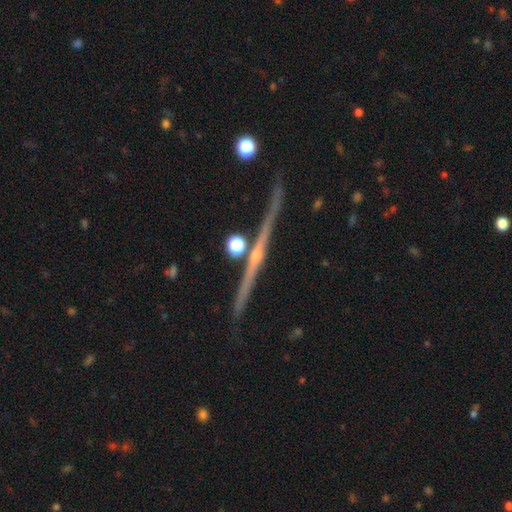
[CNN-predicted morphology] Smooth or featured? featured or disk (83%)
Edge-on disk? yes (98%)
Edge-on bulge? rounded (84%)
Merging? none (84%)